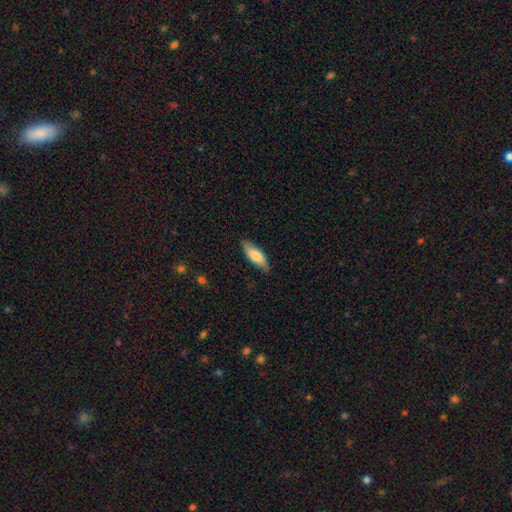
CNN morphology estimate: Q: Smooth or featured?
A: smooth (77%); runner-up: featured or disk (18%)
Q: How rounded?
A: in between (66%); runner-up: cigar-shaped (32%)
Q: Merging?
A: none (80%); runner-up: minor disturbance (16%)